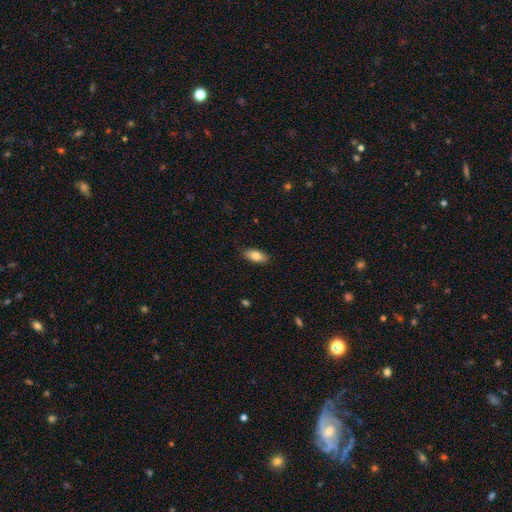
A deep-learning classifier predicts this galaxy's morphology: smooth 81%, featured or disk 12%, star or artifact 7%. Down the decision tree: how rounded — in between (85%); merging — none (88%).